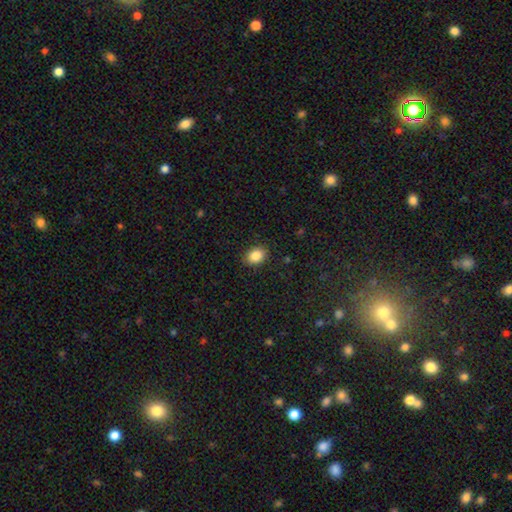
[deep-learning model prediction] The model was most divided on "how rounded": in between: 69%, round: 30%, cigar-shaped: 1%. More confident: merging — none (88%); smooth or featured — smooth (86%).